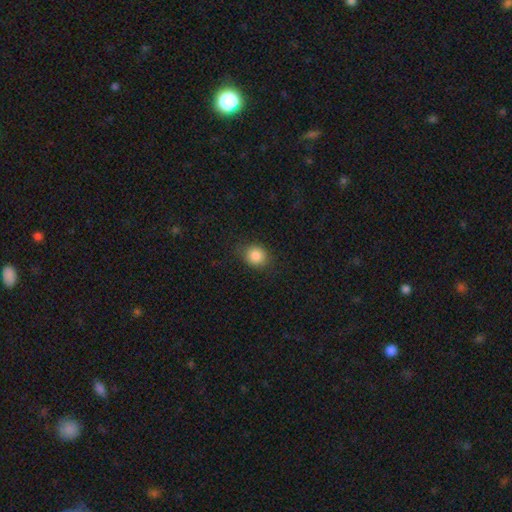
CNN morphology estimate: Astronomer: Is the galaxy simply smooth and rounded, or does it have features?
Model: smooth — 86%.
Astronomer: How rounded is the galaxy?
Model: round — 74%.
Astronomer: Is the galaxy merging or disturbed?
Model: none — 83%.